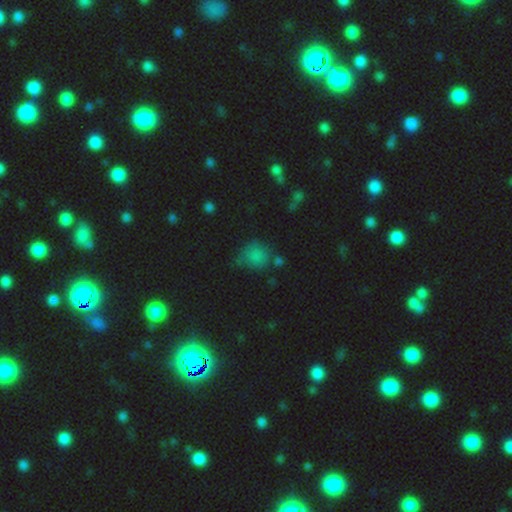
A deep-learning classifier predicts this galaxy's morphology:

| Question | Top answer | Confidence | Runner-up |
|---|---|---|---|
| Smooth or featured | smooth | 71% | star or artifact (20%) |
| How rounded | round | 75% | in between (23%) |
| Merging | none | 51% | minor disturbance (27%) |